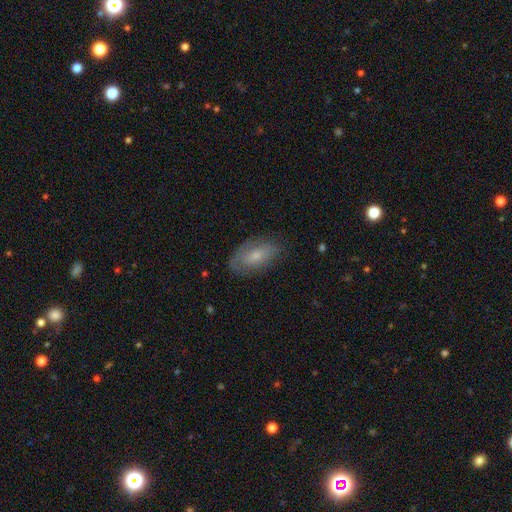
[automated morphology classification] Smooth or featured: smooth — 61% (featured or disk — 32%)
How rounded: in between — 88% (cigar-shaped — 7%)
Merging: none — 73% (minor disturbance — 20%)